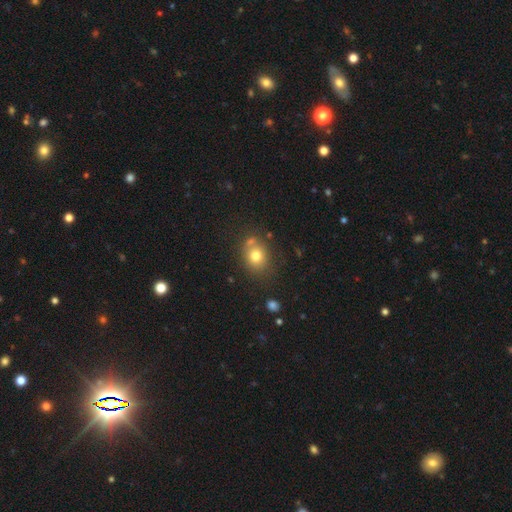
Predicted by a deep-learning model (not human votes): Smooth or featured?
  - smooth: 76% *
  - star or artifact: 13%
  - featured or disk: 12%
How rounded?
  - round: 65% *
  - in between: 34%
  - cigar-shaped: 1%
Merging?
  - none: 65% *
  - merger: 15%
  - minor disturbance: 15%
  - major disturbance: 5%